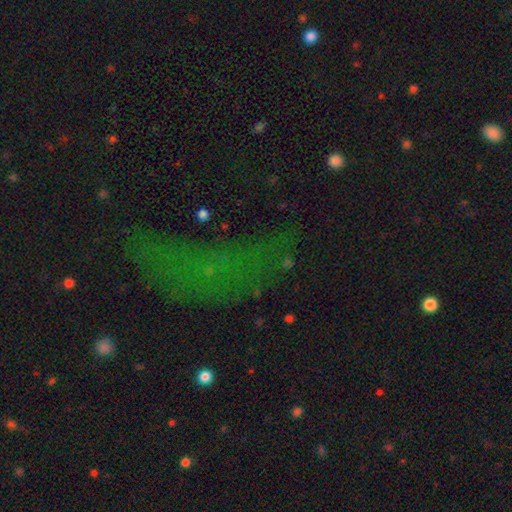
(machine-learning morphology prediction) Smooth or featured? Predicted: star or artifact (p=0.57).